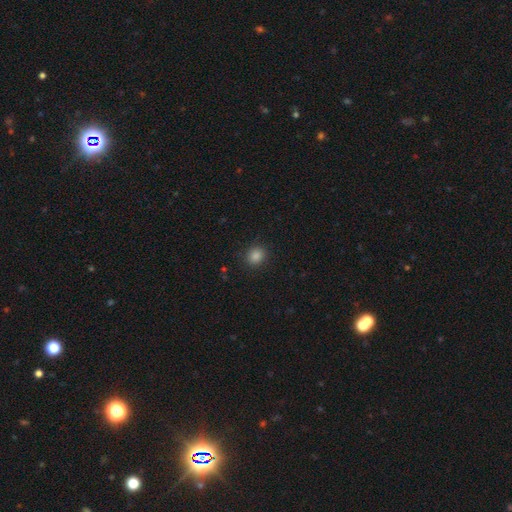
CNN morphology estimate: smooth_or_featured: smooth (p=0.84) [alt: star or artifact p=0.13]
how_rounded: round (p=0.85) [alt: in between p=0.14]
merging: none (p=0.90) [alt: minor disturbance p=0.06]